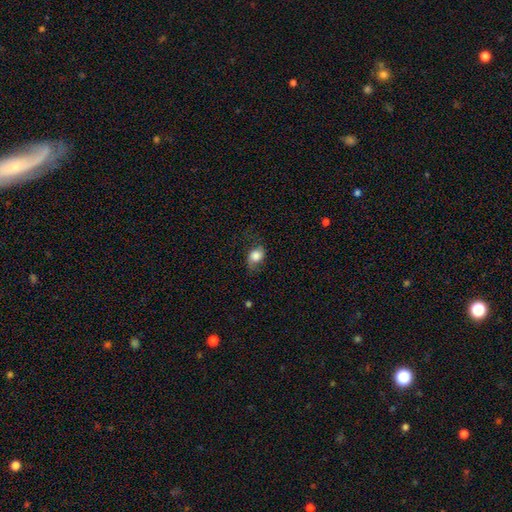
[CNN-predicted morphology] This is likely a smooth galaxy (77%). How rounded: likely in between (63%). Merging: possibly none (58%).